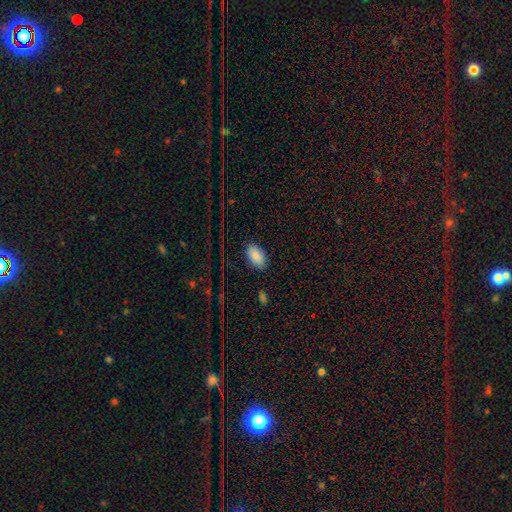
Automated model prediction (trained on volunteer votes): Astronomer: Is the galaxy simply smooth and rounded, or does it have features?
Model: smooth — 85%.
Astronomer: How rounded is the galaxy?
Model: in between — 92%.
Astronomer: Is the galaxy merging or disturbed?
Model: none — 84%.